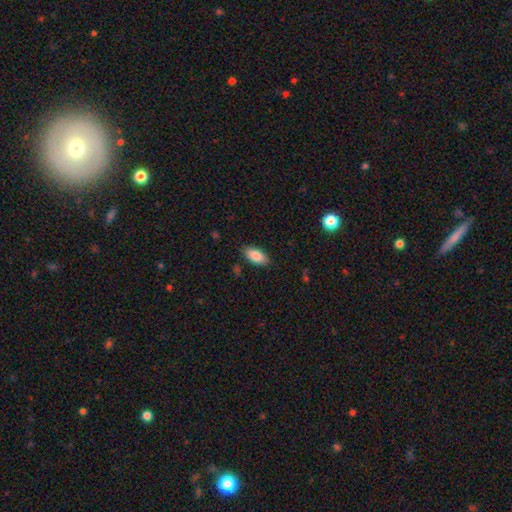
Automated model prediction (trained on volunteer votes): smooth 86%, featured or disk 7%, star or artifact 7%. Down the decision tree: how rounded — in between (91%); merging — none (85%).